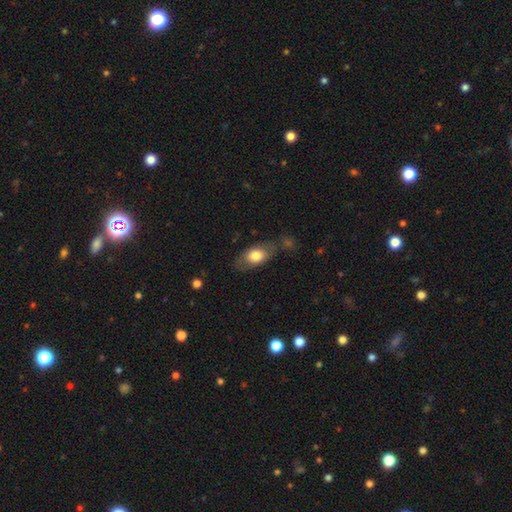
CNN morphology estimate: Smooth or featured? smooth (69%)
How rounded? in between (88%)
Merging? none (65%)